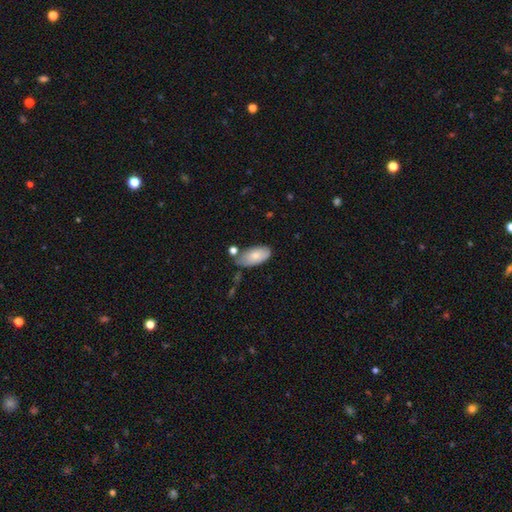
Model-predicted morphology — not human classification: type=smooth (76%); roundness=in between (93%); merging=none (58%).